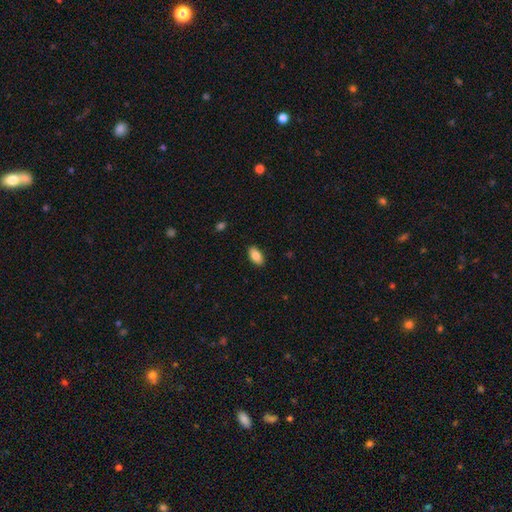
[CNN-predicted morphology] A smooth galaxy with no disk features (84%) that is in between round and cigar-shaped (93%). Merging: none (89%).